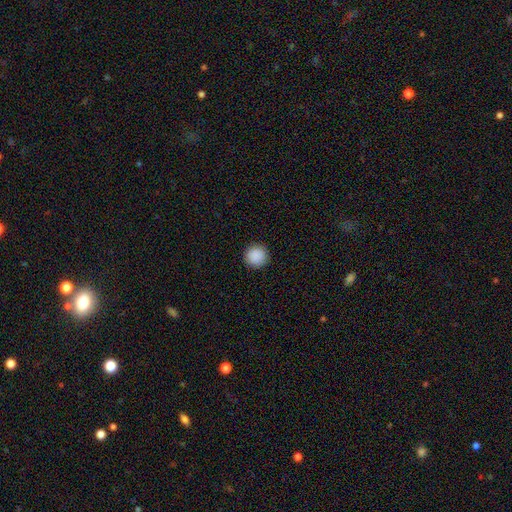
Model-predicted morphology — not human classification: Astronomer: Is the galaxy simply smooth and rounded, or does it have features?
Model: smooth — 89%.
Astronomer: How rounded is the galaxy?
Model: round — 96%.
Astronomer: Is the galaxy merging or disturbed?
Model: none — 93%.